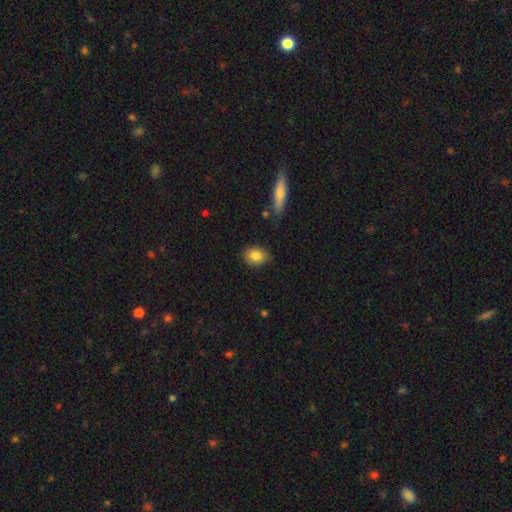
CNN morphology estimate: Smooth or featured?
  - smooth: 85% *
  - featured or disk: 8%
  - star or artifact: 8%
How rounded?
  - in between: 67% *
  - round: 31%
  - cigar-shaped: 2%
Merging?
  - none: 85% *
  - minor disturbance: 11%
  - major disturbance: 2%
  - merger: 2%